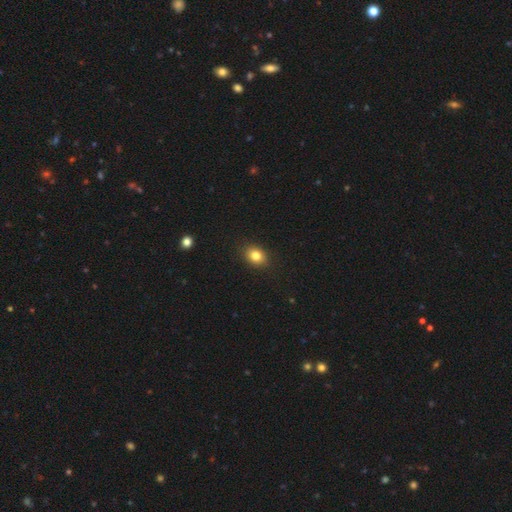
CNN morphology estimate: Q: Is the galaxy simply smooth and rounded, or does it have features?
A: smooth — 82%.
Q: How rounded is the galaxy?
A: in between — 57%.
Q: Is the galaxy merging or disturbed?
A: none — 89%.